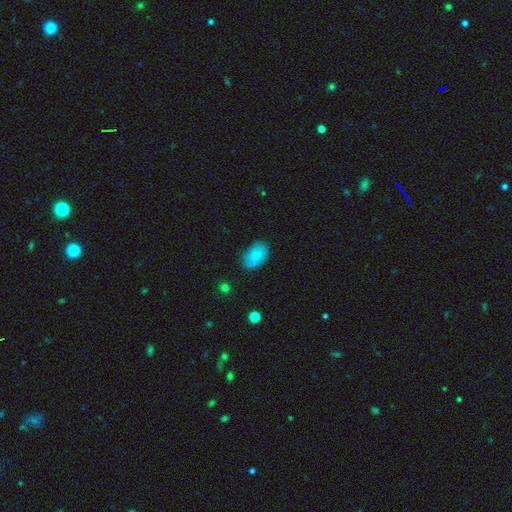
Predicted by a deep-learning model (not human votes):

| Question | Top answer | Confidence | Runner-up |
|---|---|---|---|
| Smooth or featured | smooth | 73% | featured or disk (20%) |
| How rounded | in between | 83% | round (16%) |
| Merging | none | 77% | minor disturbance (18%) |